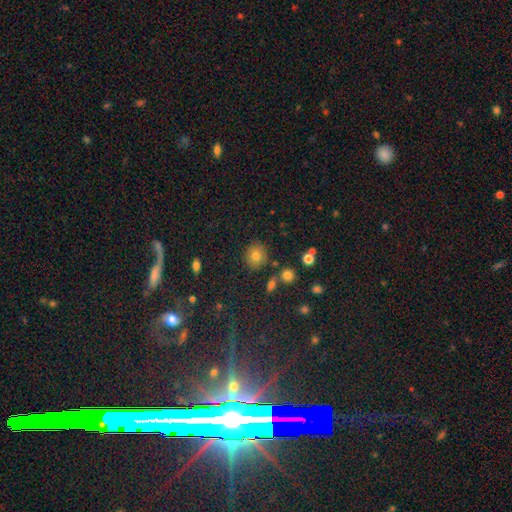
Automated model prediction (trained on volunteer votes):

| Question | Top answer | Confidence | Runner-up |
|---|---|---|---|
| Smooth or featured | smooth | 74% | star or artifact (17%) |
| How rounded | round | 85% | in between (14%) |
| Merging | none | 85% | minor disturbance (9%) |